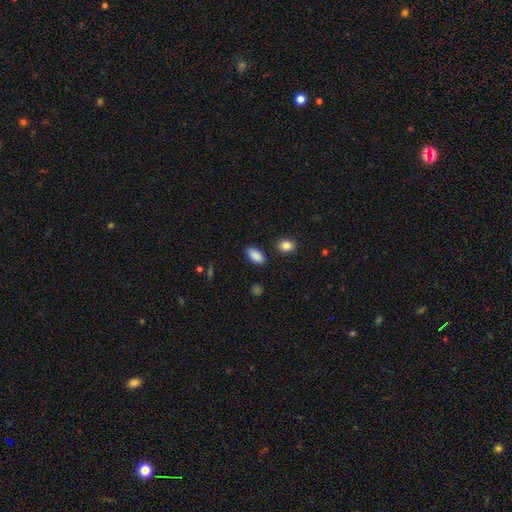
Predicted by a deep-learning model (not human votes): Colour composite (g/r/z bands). It shows a smooth galaxy with no disk features (88%) that is in between round and cigar-shaped (92%). Merging: none (84%).